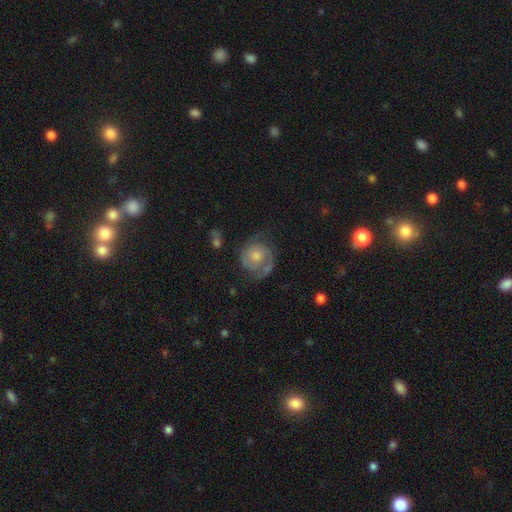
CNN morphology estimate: Q: Smooth or featured?
A: featured or disk (75%); runner-up: smooth (17%)
Q: Edge-on disk?
A: no (98%); runner-up: yes (2%)
Q: Bar?
A: no (76%); runner-up: weak (20%)
Q: Spiral arms?
A: yes (93%); runner-up: no (7%)
Q: Spiral winding?
A: tight (49%); runner-up: medium (37%)
Q: Spiral arm count?
A: 2 (71%); runner-up: 1 (12%)
Q: Bulge size?
A: moderate (50%); runner-up: small (36%)
Q: Merging?
A: none (67%); runner-up: minor disturbance (19%)